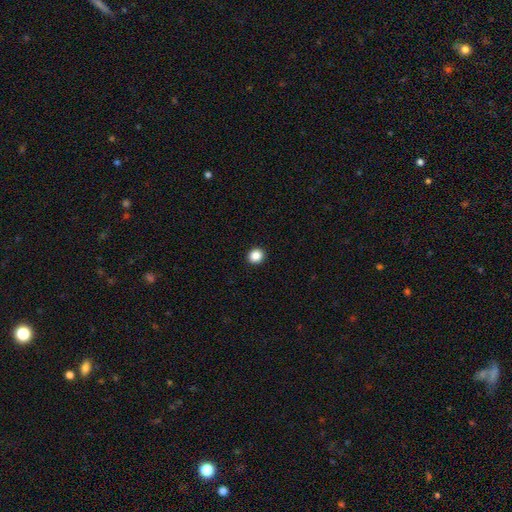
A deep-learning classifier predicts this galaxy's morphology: A smooth galaxy with no disk features (87%) that is round (82%).

Vote fractions:
- Smooth or featured? smooth: 87% / star or artifact: 10% / featured or disk: 3%
- How rounded? round: 82% / in between: 17% / cigar-shaped: 1%
- Merging? none: 93% / minor disturbance: 4% / major disturbance: 1% / merger: 1%